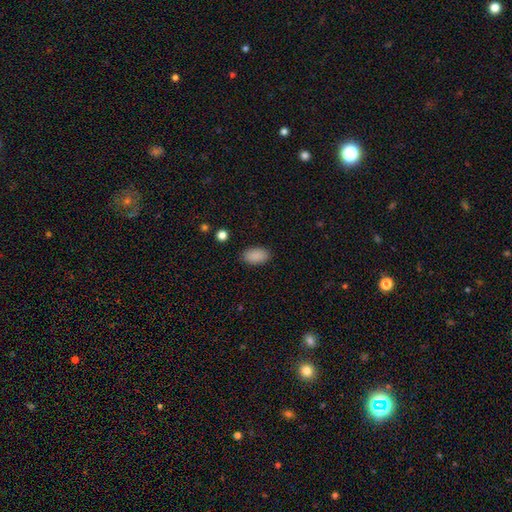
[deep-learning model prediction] Overall: smooth (90%). How rounded: in between (93%). Merging: none (88%).